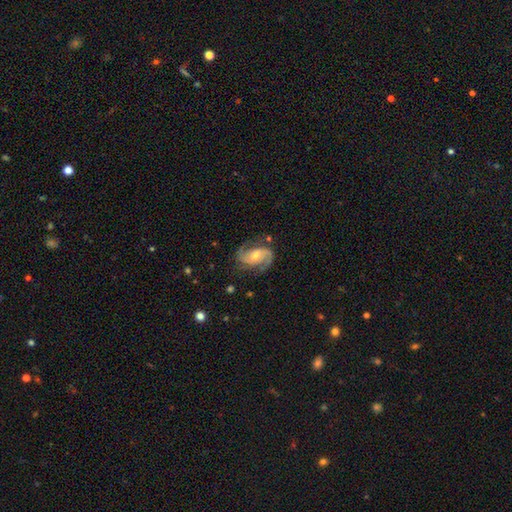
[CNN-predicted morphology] Overall: featured or disk (87%). Edge-on disk: no (98%). Bar: no (43%; weak 42%). Spiral arms: yes (97%). Spiral arm count: 2 (90%). Spiral winding: medium (54%; loose 27%). Bulge size: moderate (49%; small 43%). Merging: none (75%).